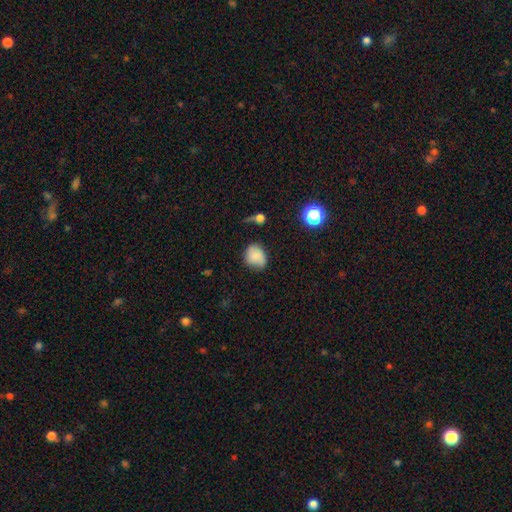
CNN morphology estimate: smooth_or_featured: smooth (p=0.81) [alt: star or artifact p=0.10]
how_rounded: round (p=0.55) [alt: in between p=0.44]
merging: none (p=0.67) [alt: minor disturbance p=0.25]